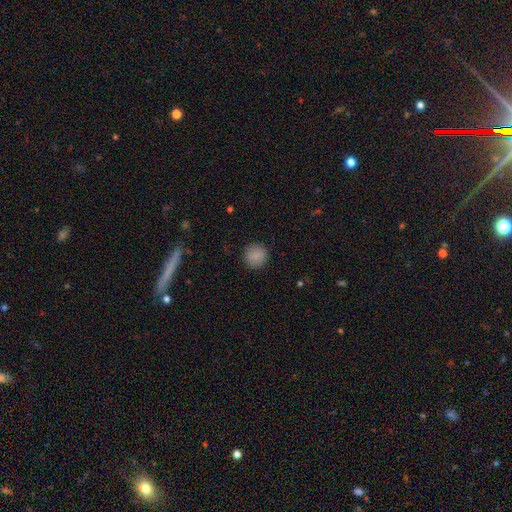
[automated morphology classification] smooth 86%, star or artifact 8%, featured or disk 5%. Down the decision tree: how rounded — round (94%); merging — none (91%).